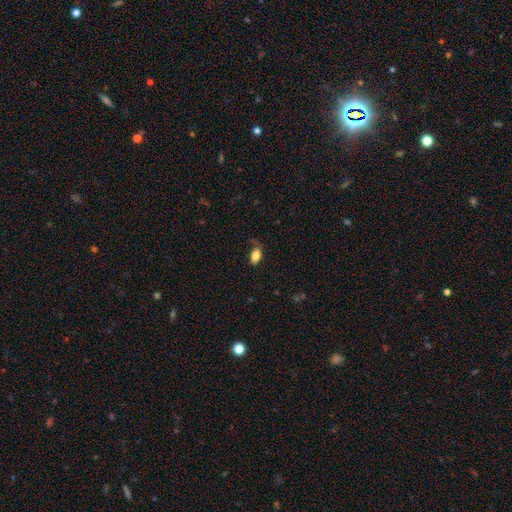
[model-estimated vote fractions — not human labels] Smooth or featured? Predicted: smooth (p=0.83). How rounded? Predicted: in between (p=0.89). Merging? Predicted: none (p=0.68).